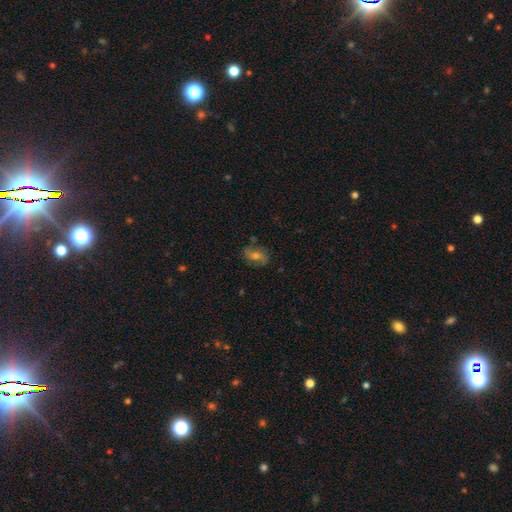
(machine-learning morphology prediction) Smooth or featured? Predicted: featured or disk (p=0.51). Edge-on disk? Predicted: no (p=0.91). Merging? Predicted: none (p=0.78).